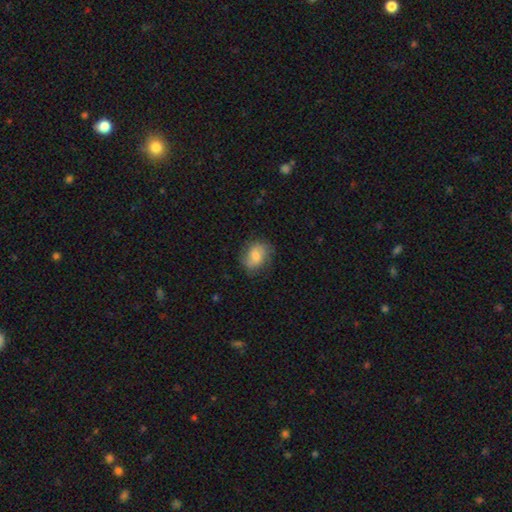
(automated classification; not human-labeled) A smooth galaxy with no disk features (63%) that is in between round and cigar-shaped (58%).

Vote fractions:
- Smooth or featured? smooth: 63% / featured or disk: 29% / star or artifact: 8%
- How rounded? in between: 58% / round: 41% / cigar-shaped: 1%
- Merging? none: 68% / minor disturbance: 22% / major disturbance: 8% / merger: 1%